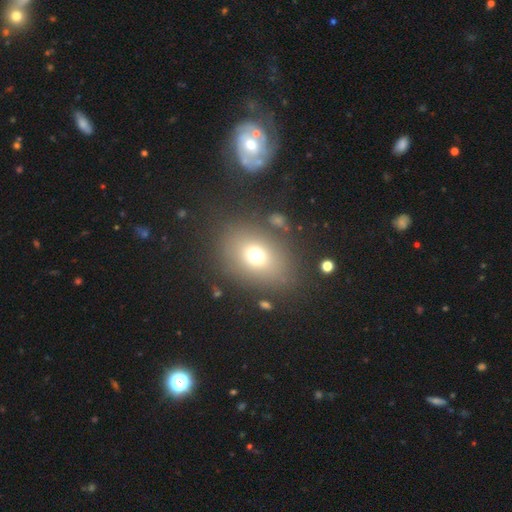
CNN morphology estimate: Q: Smooth or featured?
A: smooth (70%); runner-up: star or artifact (17%)
Q: How rounded?
A: in between (55%); runner-up: round (43%)
Q: Merging?
A: none (79%); runner-up: minor disturbance (10%)